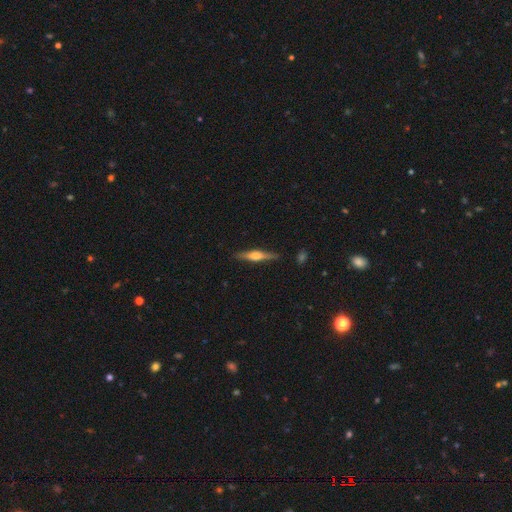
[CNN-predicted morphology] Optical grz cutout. It shows a featured or disk galaxy (67%) viewed edge-on (98%) with a rounded central bulge (88%). Merging: none (89%).